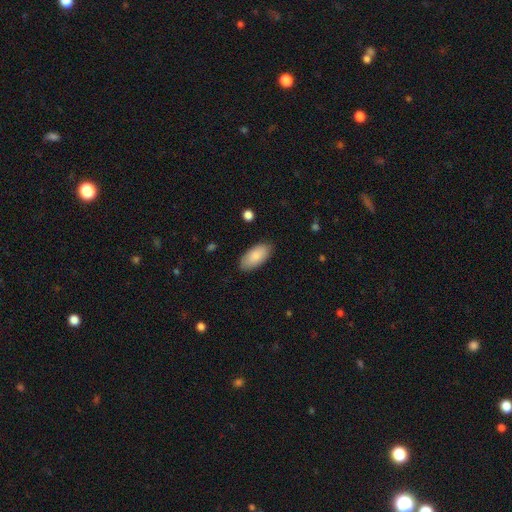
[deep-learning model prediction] A smooth galaxy with no disk features (86%) that is in between round and cigar-shaped (92%). Merging: none (86%).